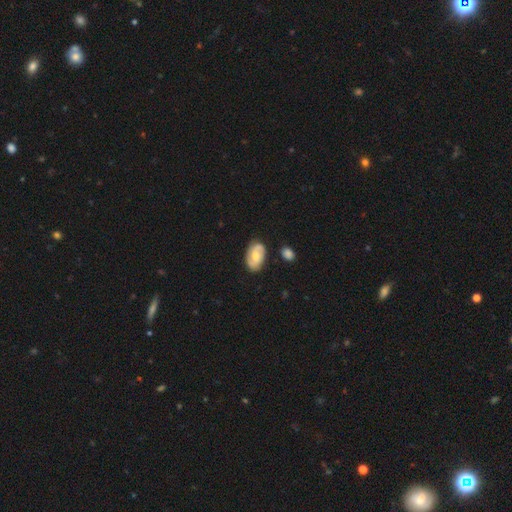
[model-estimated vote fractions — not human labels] This is possibly a featured or disk galaxy (54%). It is clearly not viewed edge-on (95%). Bar: possibly no (54%). Spiral arm pattern: likely yes (80%). Central bulge: likely moderate (62%). Merging: likely none (75%).